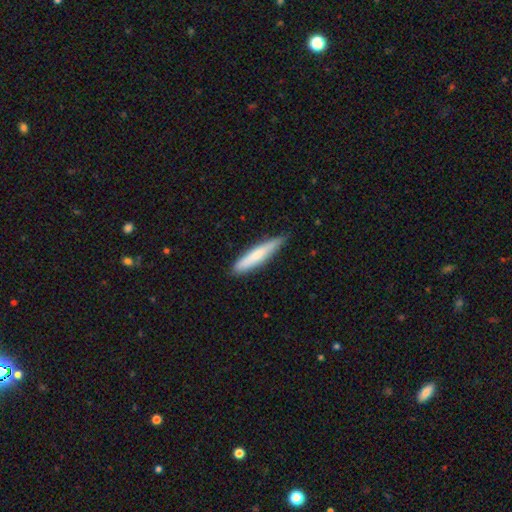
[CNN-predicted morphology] A smooth galaxy with no disk features (71%) that is cigar-shaped (89%).

Vote fractions:
- Smooth or featured? smooth: 71% / featured or disk: 24% / star or artifact: 5%
- How rounded? cigar-shaped: 89% / in between: 10% / round: 1%
- Merging? none: 82% / minor disturbance: 15% / major disturbance: 2% / merger: 1%